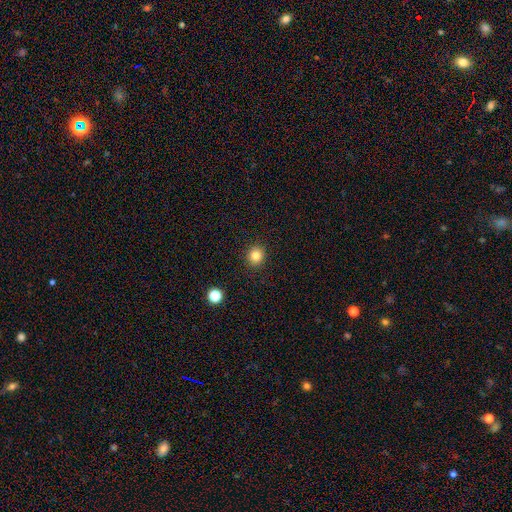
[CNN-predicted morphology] This is clearly a smooth galaxy (83%). How rounded: clearly round (89%). Merging: clearly none (91%).